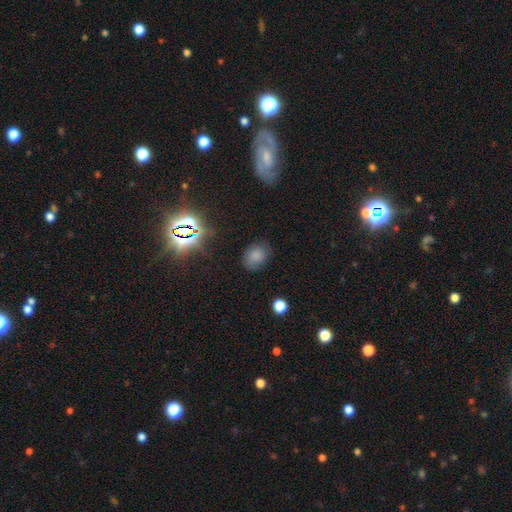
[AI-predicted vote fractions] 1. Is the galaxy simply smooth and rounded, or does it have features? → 77% smooth, 16% star or artifact, 7% featured or disk.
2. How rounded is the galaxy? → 56% in between, 43% round, 1% cigar-shaped.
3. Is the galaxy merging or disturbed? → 79% none, 15% minor disturbance, 4% major disturbance, 2% merger.